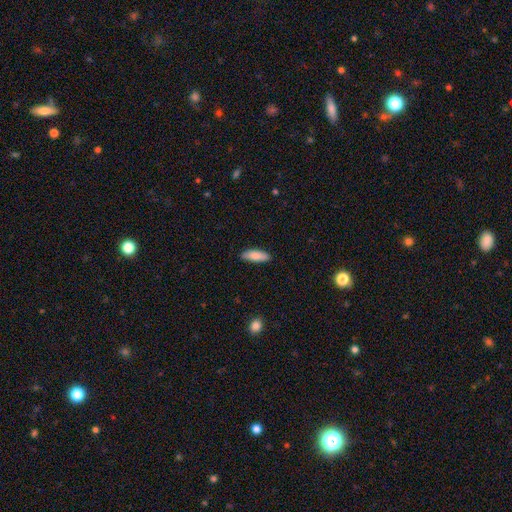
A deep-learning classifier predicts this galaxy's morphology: This is clearly a smooth galaxy (84%). How rounded: possibly in between (58%). Merging: clearly none (88%).